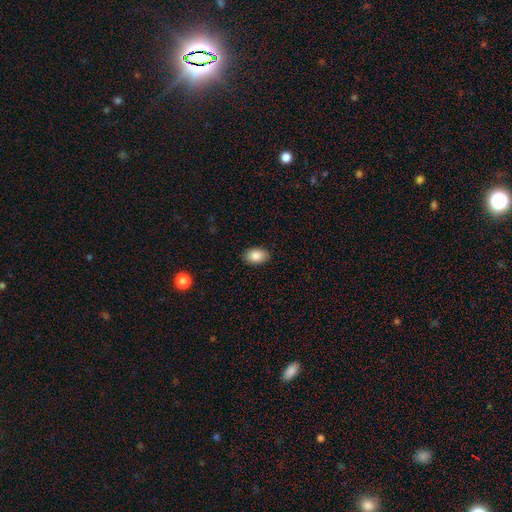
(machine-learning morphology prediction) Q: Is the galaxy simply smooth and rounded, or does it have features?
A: smooth — 86%.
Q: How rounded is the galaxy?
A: in between — 88%.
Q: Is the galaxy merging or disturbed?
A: none — 89%.